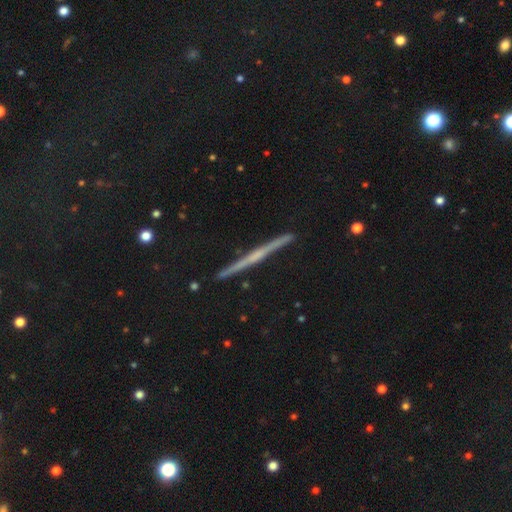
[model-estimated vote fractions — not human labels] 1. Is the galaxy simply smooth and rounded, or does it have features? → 70% featured or disk, 18% smooth, 12% star or artifact.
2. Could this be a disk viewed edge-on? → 97% yes, 3% no.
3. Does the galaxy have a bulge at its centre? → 46% rounded, 44% none, 9% boxy.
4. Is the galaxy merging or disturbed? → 90% none, 7% minor disturbance, 2% major disturbance, 1% merger.